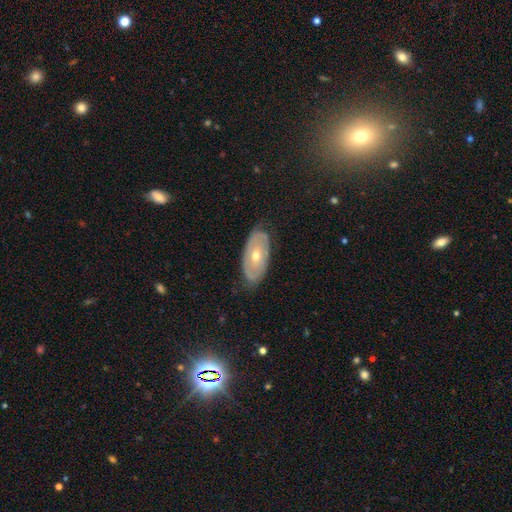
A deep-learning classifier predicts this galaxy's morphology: Smooth or featured: featured or disk — 68% (smooth — 26%)
Edge-on disk: no — 88% (yes — 12%)
Bar: no — 82% (weak — 14%)
Spiral arms: no — 53% (yes — 47%)
Bulge size: moderate — 56% (small — 41%)
Merging: none — 79% (minor disturbance — 16%)